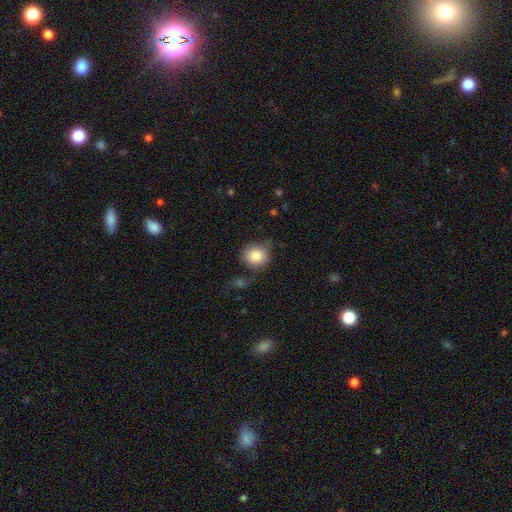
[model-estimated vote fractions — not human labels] Smooth or featured: smooth — 85% (star or artifact — 8%)
How rounded: round — 85% (in between — 14%)
Merging: none — 63% (minor disturbance — 23%)